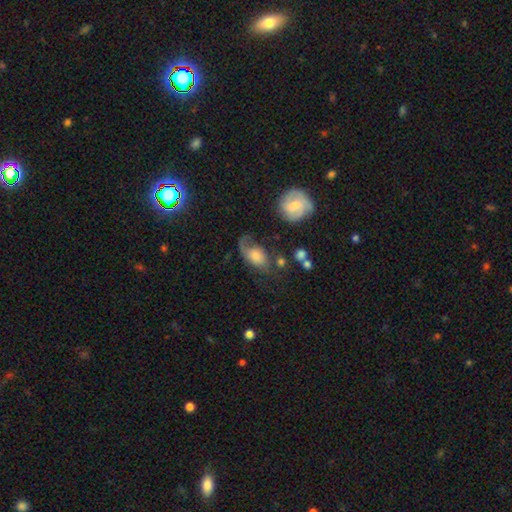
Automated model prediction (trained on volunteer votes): This is possibly a smooth galaxy (49%). Merging: marginally none (35%, tied with major disturbance).